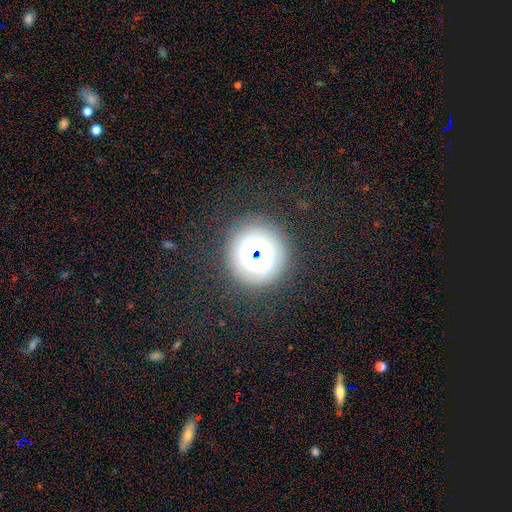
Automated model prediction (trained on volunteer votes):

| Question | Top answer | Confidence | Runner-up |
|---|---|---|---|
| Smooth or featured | smooth | 48% | star or artifact (31%) |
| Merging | none | 77% | minor disturbance (12%) |